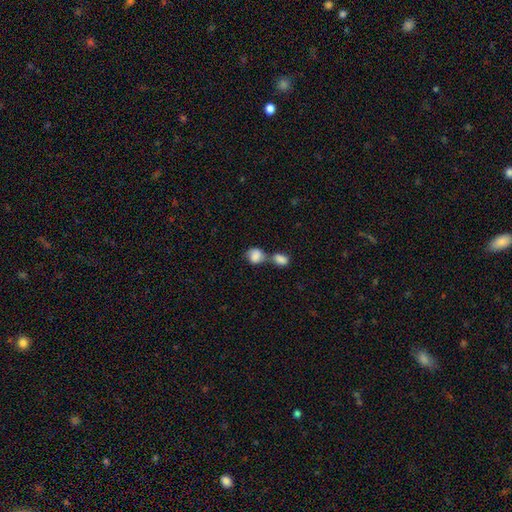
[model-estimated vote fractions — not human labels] smooth-or-featured: smooth: 80% | featured or disk: 12% | star or artifact: 7%
  how-rounded: round: 53% | in between: 45% | cigar-shaped: 2%
  merging: merger: 64% | none: 21% | minor disturbance: 9% | major disturbance: 5%